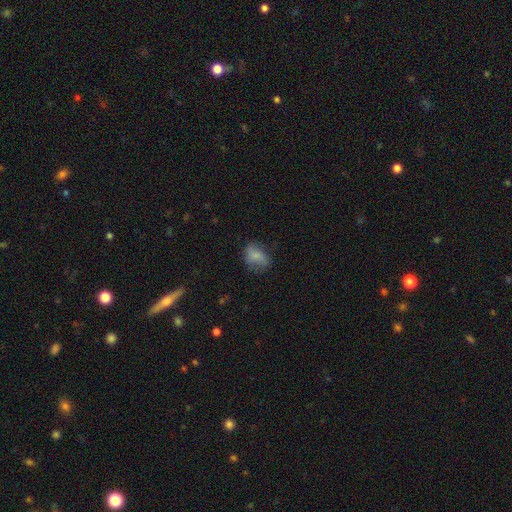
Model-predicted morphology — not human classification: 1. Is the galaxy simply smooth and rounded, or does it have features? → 70% smooth, 21% featured or disk, 9% star or artifact.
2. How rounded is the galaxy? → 79% in between, 19% round, 2% cigar-shaped.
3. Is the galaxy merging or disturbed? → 58% none, 28% minor disturbance, 13% major disturbance, 2% merger.